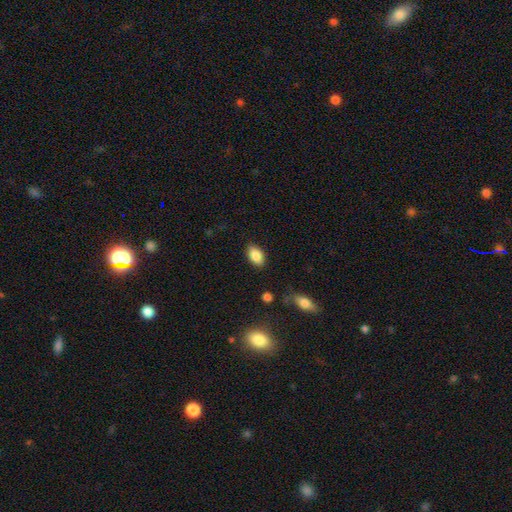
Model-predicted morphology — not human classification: Overall: smooth (87%). How rounded: in between (90%). Merging: none (85%).